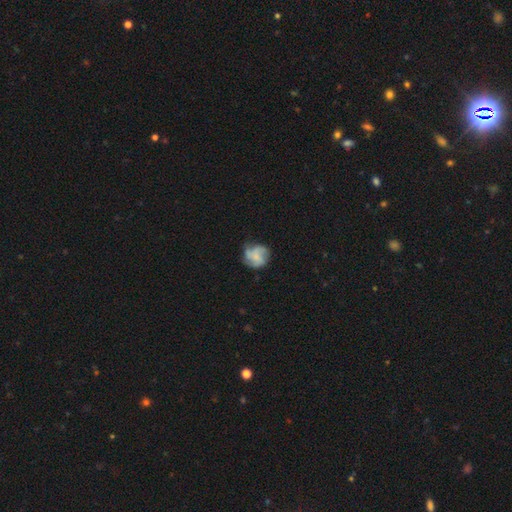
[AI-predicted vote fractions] A featured or disk galaxy (53%) with no bar (74%), spiral arms (83%) and a small central bulge (45%).

Vote fractions:
- Smooth or featured? featured or disk: 53% / smooth: 39% / star or artifact: 8%
- Edge-on disk? no: 98% / yes: 2%
- Bar? no: 74% / weak: 22% / strong: 4%
- Spiral arms? yes: 83% / no: 17%
- Bulge size? small: 45% / none: 28% / moderate: 22% / large: 4% / dominant: 1%
- Merging? none: 65% / minor disturbance: 23% / major disturbance: 10% / merger: 2%